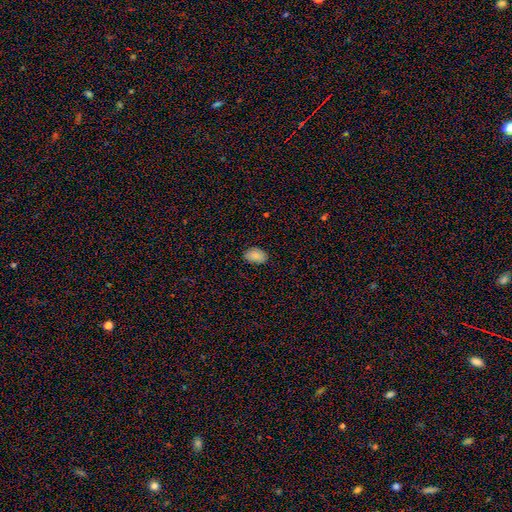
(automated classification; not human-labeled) Overall: smooth (86%). How rounded: in between (90%). Merging: none (84%).